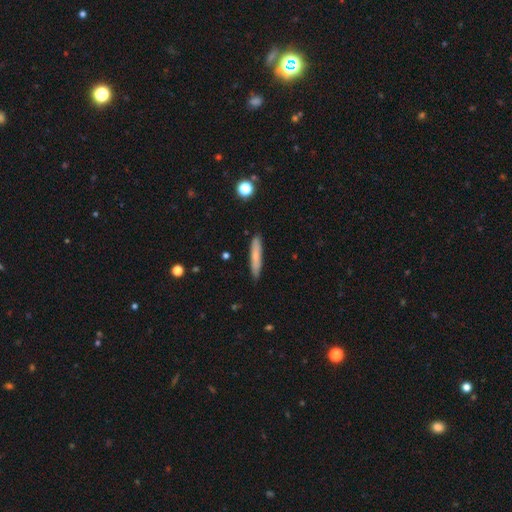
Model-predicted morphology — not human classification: Smooth or featured? Predicted: smooth (p=0.72). How rounded? Predicted: cigar-shaped (p=0.92). Merging? Predicted: none (p=0.88).